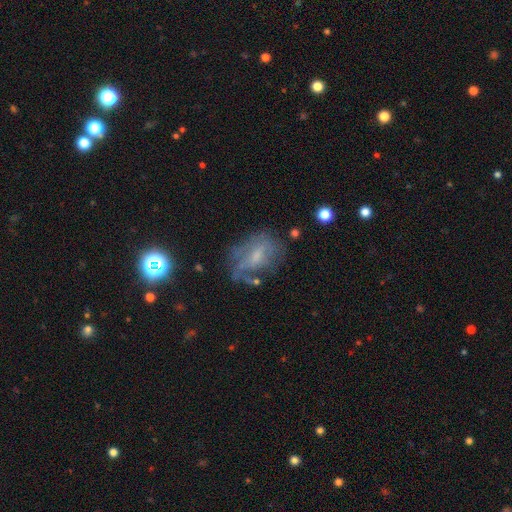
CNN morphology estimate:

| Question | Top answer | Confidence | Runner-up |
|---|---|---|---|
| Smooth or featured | featured or disk | 56% | smooth (30%) |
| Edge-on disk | no | 94% | yes (6%) |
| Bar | no | 46% | weak (43%) |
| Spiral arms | yes | 57% | no (43%) |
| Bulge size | small | 44% | moderate (37%) |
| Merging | none | 50% | minor disturbance (25%) |